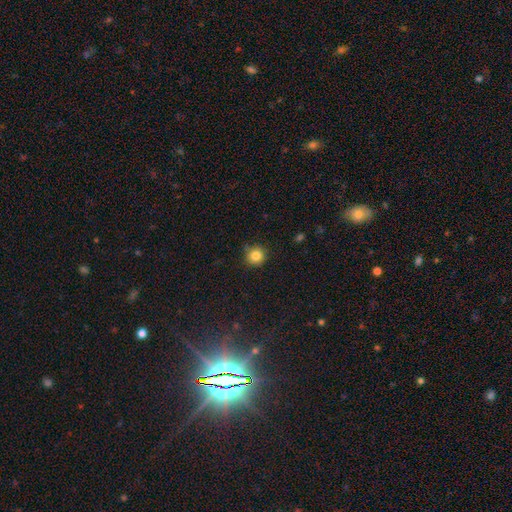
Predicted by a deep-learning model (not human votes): Smooth or featured?
  - smooth: 84% *
  - star or artifact: 11%
  - featured or disk: 5%
How rounded?
  - round: 94% *
  - in between: 5%
  - cigar-shaped: 1%
Merging?
  - none: 81% *
  - minor disturbance: 15%
  - major disturbance: 3%
  - merger: 2%